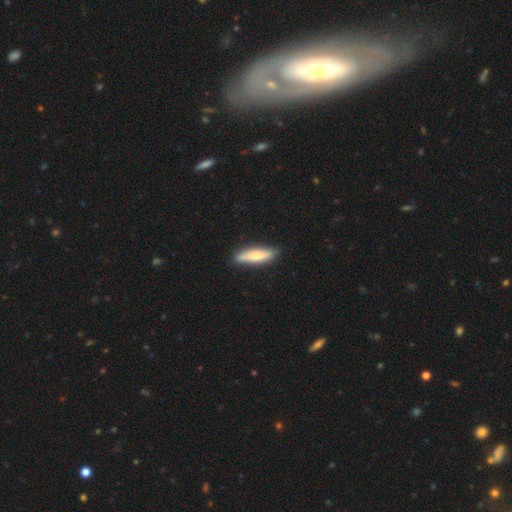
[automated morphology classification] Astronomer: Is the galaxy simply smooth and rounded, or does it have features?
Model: smooth — 70%.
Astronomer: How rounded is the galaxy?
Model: cigar-shaped — 76%.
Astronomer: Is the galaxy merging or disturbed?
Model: none — 84%.